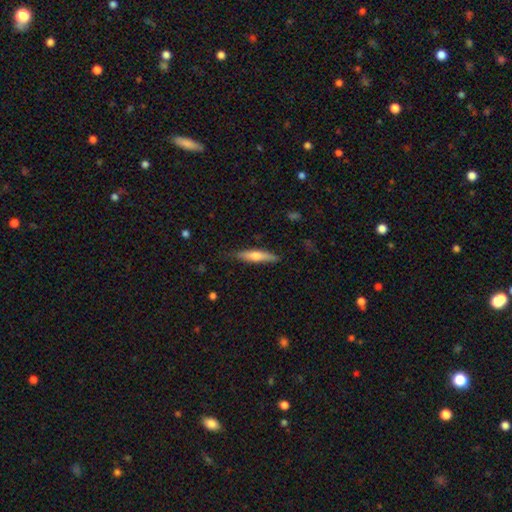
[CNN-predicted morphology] The model was most divided on "smooth or featured": smooth: 58%, featured or disk: 37%, star or artifact: 5%. More confident: how rounded — cigar-shaped (81%); merging — none (80%).